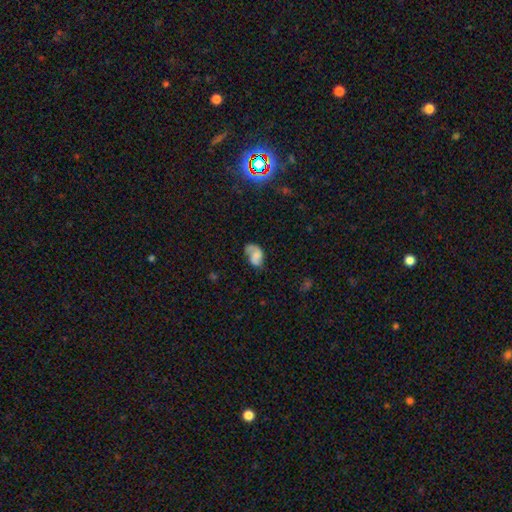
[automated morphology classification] The model was most divided on "smooth or featured": smooth: 47%, featured or disk: 43%, star or artifact: 10%. Remaining: merging — none (40%).